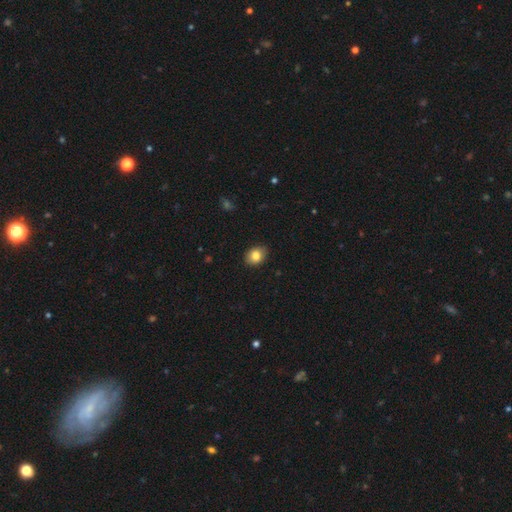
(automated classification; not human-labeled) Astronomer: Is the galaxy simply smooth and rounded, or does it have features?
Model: smooth — 83%.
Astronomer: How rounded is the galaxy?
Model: in between — 55% (runner-up: round, 44%).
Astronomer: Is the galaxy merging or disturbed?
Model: none — 87%.